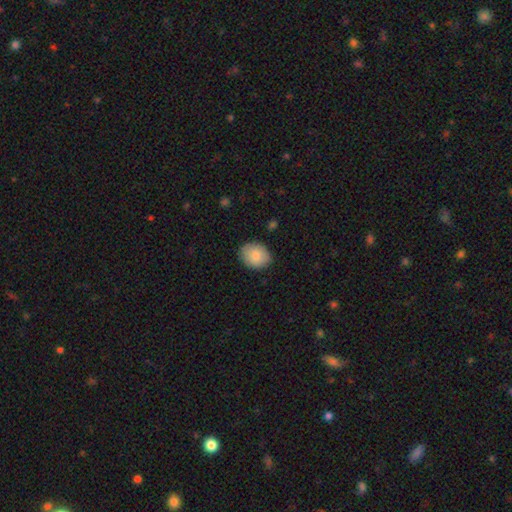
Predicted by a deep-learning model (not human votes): smooth_or_featured: smooth (p=0.85) [alt: featured or disk p=0.08]
how_rounded: in between (p=0.50) [alt: round p=0.49]
merging: none (p=0.84) [alt: minor disturbance p=0.12]